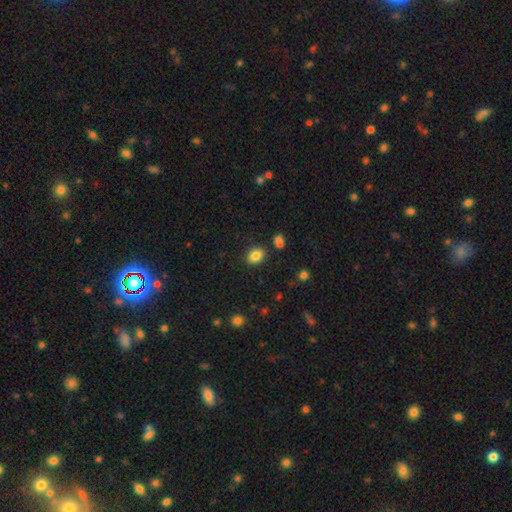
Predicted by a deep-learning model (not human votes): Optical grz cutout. It shows a smooth galaxy with no disk features (84%) that is in between round and cigar-shaped (70%). Merging: none (82%).